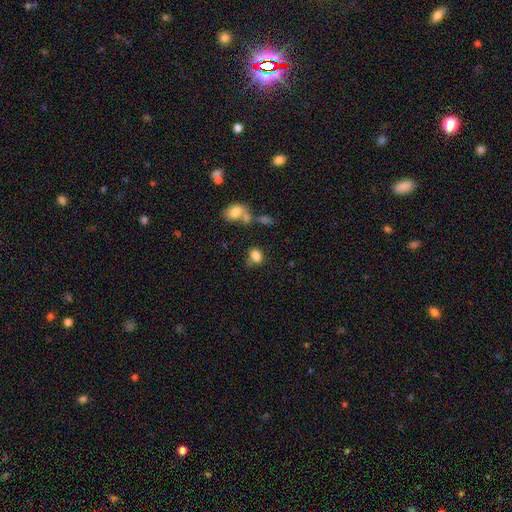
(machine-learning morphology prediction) A smooth galaxy with no disk features (83%) that is in between round and cigar-shaped (63%).

Vote fractions:
- Smooth or featured? smooth: 83% / star or artifact: 11% / featured or disk: 6%
- How rounded? in between: 63% / round: 36% / cigar-shaped: 1%
- Merging? none: 61% / minor disturbance: 19% / merger: 12% / major disturbance: 7%